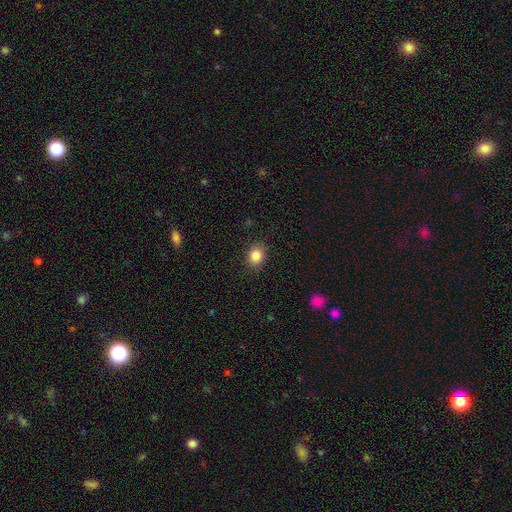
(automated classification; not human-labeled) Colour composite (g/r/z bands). It shows a smooth galaxy with no disk features (85%) that is round (58%). Merging: none (87%).